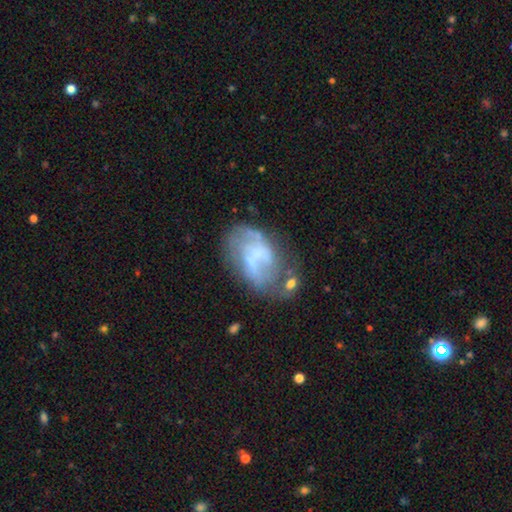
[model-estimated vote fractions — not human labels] Smooth or featured: featured or disk — 65% (smooth — 25%)
Edge-on disk: no — 97% (yes — 3%)
Bar: no — 57% (weak — 32%)
Spiral arms: yes — 58% (no — 42%)
Bulge size: none — 56% (small — 19%)
Merging: none — 40% (major disturbance — 25%)